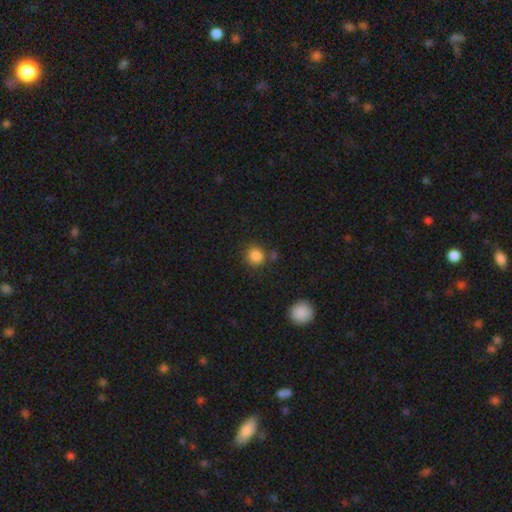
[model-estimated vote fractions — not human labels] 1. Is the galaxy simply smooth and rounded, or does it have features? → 85% smooth, 10% star or artifact, 4% featured or disk.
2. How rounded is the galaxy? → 87% round, 12% in between, 1% cigar-shaped.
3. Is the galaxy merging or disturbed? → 76% none, 12% minor disturbance, 9% merger, 4% major disturbance.